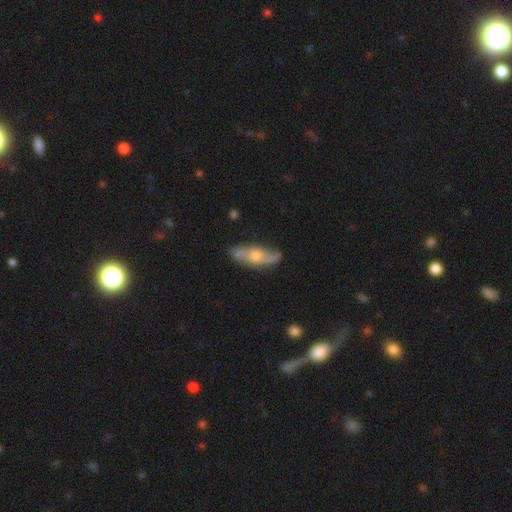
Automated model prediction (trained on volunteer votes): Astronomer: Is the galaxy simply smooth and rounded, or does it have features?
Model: featured or disk — 70%.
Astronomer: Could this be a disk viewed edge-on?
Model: no — 82%.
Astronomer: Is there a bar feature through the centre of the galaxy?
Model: no — 66%.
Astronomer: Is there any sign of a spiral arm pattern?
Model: yes — 89%.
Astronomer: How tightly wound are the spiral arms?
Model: loose — 46% (runner-up: medium, 39%).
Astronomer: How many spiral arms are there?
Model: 2 — 83%.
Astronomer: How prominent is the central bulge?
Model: moderate — 57%.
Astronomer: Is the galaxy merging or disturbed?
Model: none — 75%.